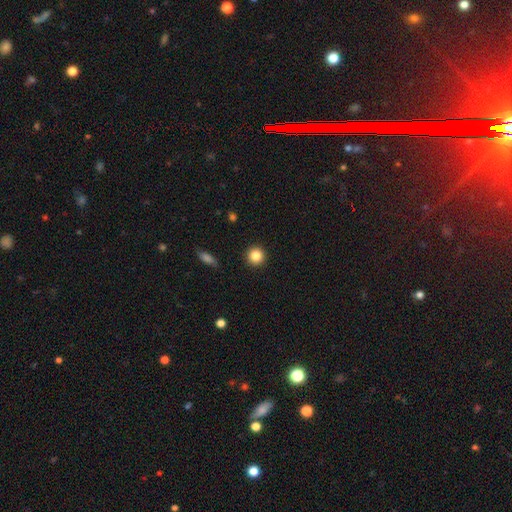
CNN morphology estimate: Smooth or featured? Predicted: smooth (p=0.85). How rounded? Predicted: round (p=0.95). Merging? Predicted: none (p=0.92).